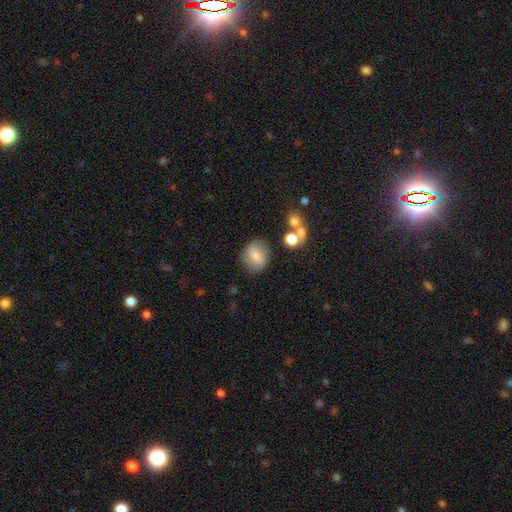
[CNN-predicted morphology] smooth_or_featured: smooth (p=0.66) [alt: featured or disk p=0.24]
how_rounded: round (p=0.69) [alt: in between p=0.30]
merging: none (p=0.74) [alt: minor disturbance p=0.15]